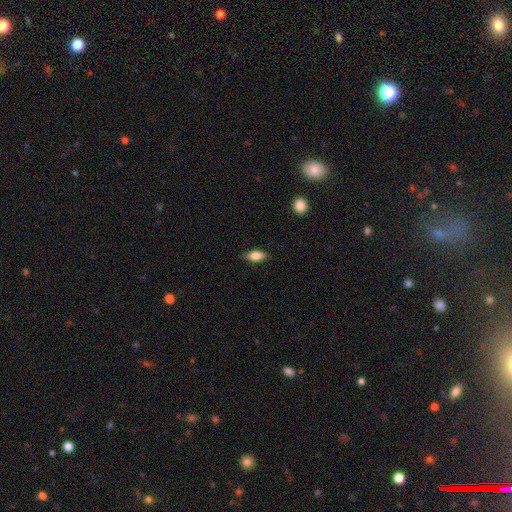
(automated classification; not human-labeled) The model was most divided on "smooth or featured": smooth: 77%, featured or disk: 16%, star or artifact: 7%. More confident: merging — none (83%); how rounded — in between (82%).